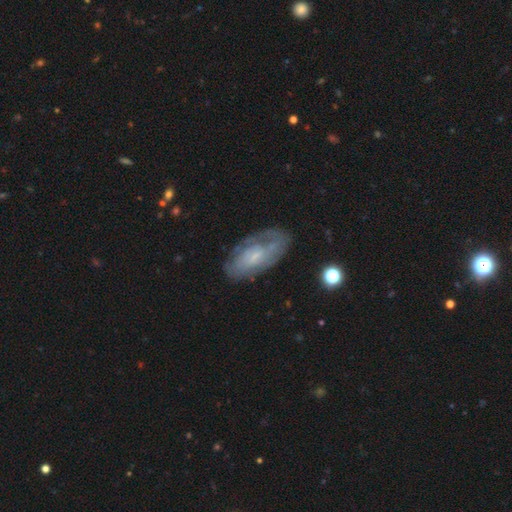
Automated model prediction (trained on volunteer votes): Q: Smooth or featured?
A: featured or disk (60%); runner-up: smooth (32%)
Q: Edge-on disk?
A: no (91%); runner-up: yes (9%)
Q: Bar?
A: no (64%); runner-up: weak (30%)
Q: Spiral arms?
A: yes (70%); runner-up: no (30%)
Q: Bulge size?
A: small (57%); runner-up: moderate (22%)
Q: Merging?
A: none (64%); runner-up: minor disturbance (22%)